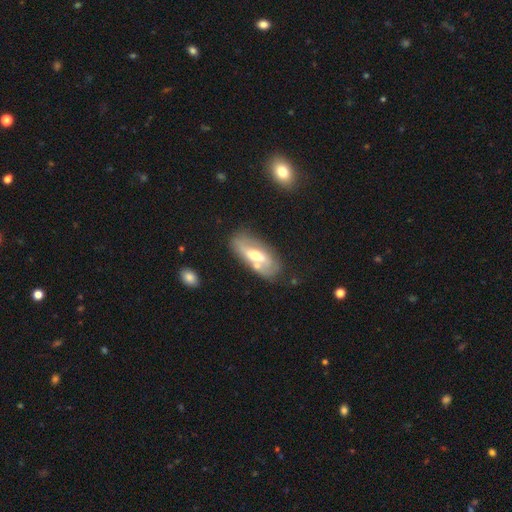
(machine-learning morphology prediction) Smooth or featured? Predicted: featured or disk (p=0.58). Edge-on disk? Predicted: no (p=0.78). Merging? Predicted: none (p=0.61).